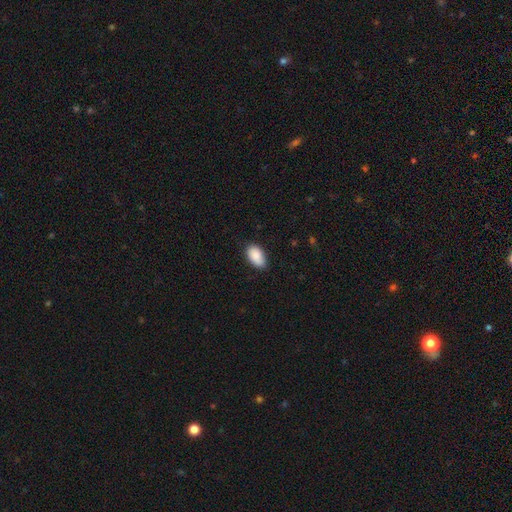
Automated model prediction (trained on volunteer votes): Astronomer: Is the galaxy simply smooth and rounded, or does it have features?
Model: smooth — 86%.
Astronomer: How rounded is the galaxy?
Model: in between — 93%.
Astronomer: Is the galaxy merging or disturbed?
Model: none — 75%.